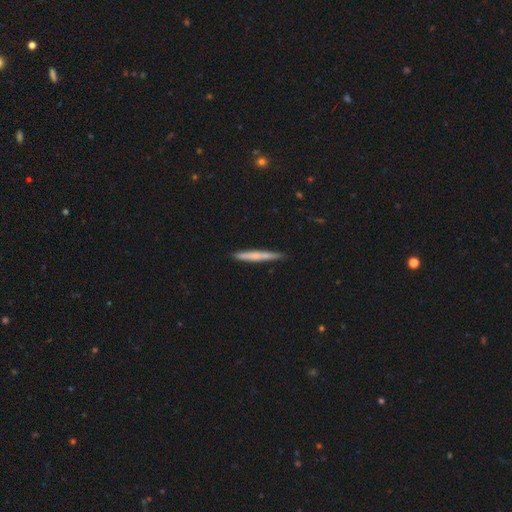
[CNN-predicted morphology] The model was most divided on "smooth or featured": smooth: 59%, featured or disk: 35%, star or artifact: 6%. More confident: how rounded — cigar-shaped (96%); merging — none (89%).